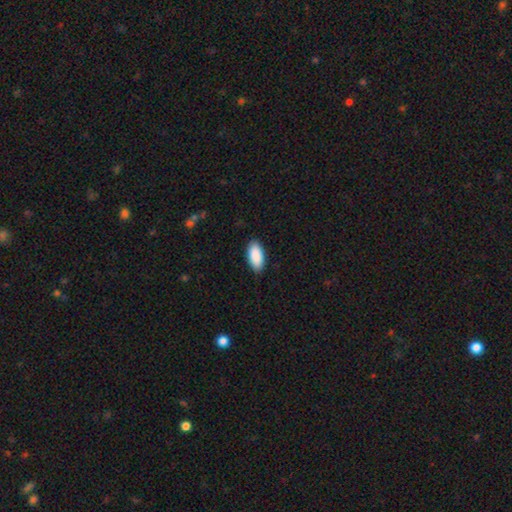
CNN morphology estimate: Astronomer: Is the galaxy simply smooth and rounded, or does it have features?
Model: smooth — 91%.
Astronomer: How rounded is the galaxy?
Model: in between — 93%.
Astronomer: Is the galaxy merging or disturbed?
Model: none — 89%.